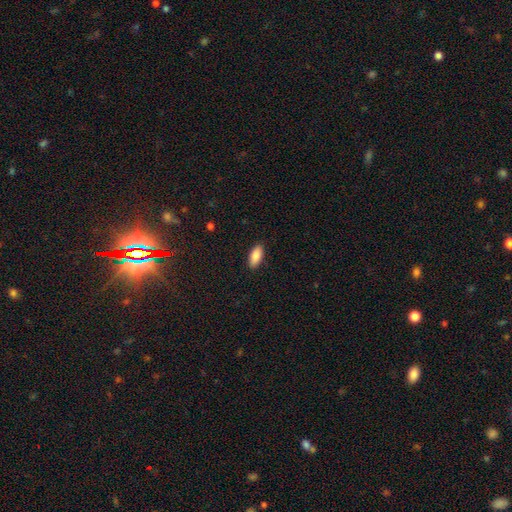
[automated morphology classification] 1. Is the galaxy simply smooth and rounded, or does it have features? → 88% smooth, 6% star or artifact, 5% featured or disk.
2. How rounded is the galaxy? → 86% in between, 12% cigar-shaped, 2% round.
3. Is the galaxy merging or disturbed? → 89% none, 8% minor disturbance, 2% major disturbance, 1% merger.